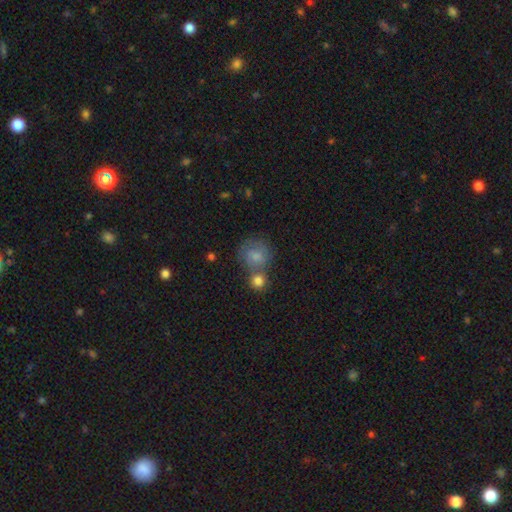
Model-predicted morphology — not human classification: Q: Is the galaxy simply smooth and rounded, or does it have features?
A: smooth — 74%.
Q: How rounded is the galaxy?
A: round — 81%.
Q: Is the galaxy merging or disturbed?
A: none — 41%.